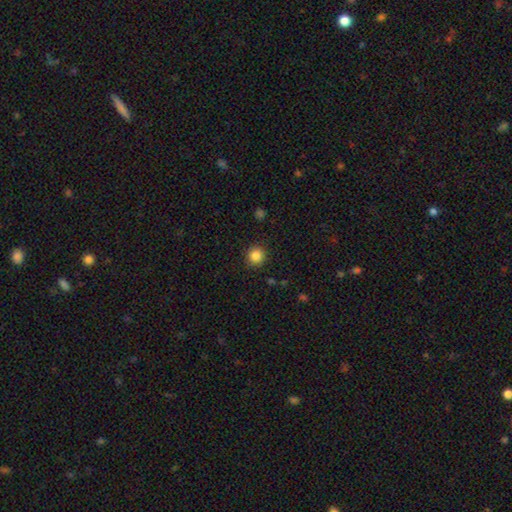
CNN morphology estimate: This appears to be a smooth galaxy with no disk features (85%) that is round (93%). Merging: none (91%).